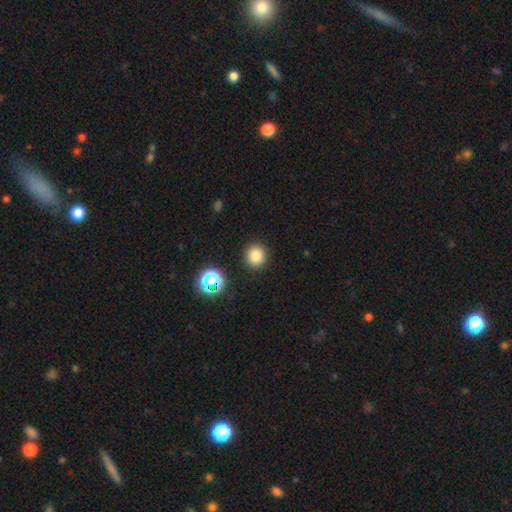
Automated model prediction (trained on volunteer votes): Morphology: type=smooth (81%); roundness=round (89%); merging=none (90%).